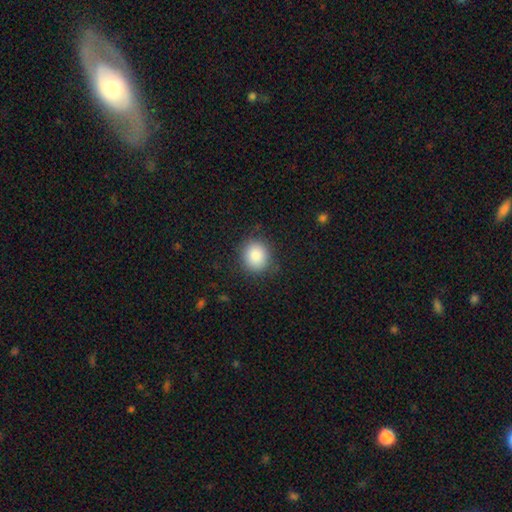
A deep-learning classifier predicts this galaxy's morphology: A smooth galaxy with no disk features (86%) that is round (82%).

Vote fractions:
- Smooth or featured? smooth: 86% / star or artifact: 9% / featured or disk: 5%
- How rounded? round: 82% / in between: 18% / cigar-shaped: 1%
- Merging? none: 85% / minor disturbance: 11% / major disturbance: 3% / merger: 1%